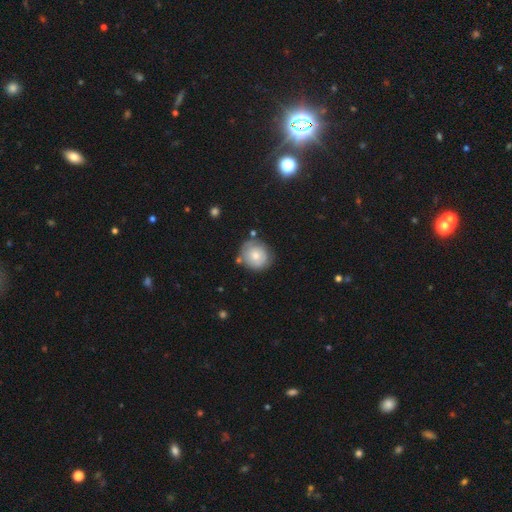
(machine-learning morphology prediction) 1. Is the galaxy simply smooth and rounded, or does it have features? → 69% smooth, 24% featured or disk, 8% star or artifact.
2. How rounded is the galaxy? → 84% round, 15% in between, 1% cigar-shaped.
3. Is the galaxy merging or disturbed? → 73% none, 17% minor disturbance, 6% merger, 4% major disturbance.